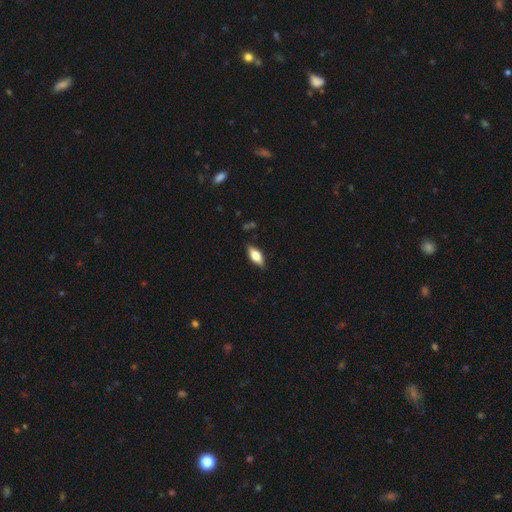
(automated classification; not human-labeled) Overall: smooth (67%). How rounded: in between (77%). Merging: none (85%).